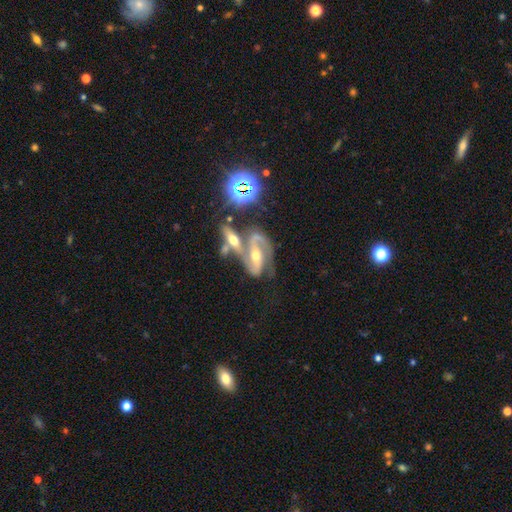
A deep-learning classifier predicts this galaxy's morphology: Smooth or featured?
  - featured or disk: 86% *
  - star or artifact: 8%
  - smooth: 6%
Edge-on disk?
  - no: 95% *
  - yes: 5%
Bar?
  - strong: 41% *
  - weak: 31%
  - no: 28%
Spiral arms?
  - yes: 96% *
  - no: 4%
Spiral winding?
  - medium: 53% *
  - tight: 26%
  - loose: 20%
Spiral arm count?
  - 2: 88% *
  - can't tell: 4%
  - 3: 3%
  - 1: 3%
  - 4: 1%
  - more than 4: 1%
Bulge size?
  - moderate: 64% *
  - small: 31%
  - large: 3%
  - none: 1%
  - dominant: 1%
Merging?
  - none: 43% *
  - merger: 31%
  - minor disturbance: 16%
  - major disturbance: 10%